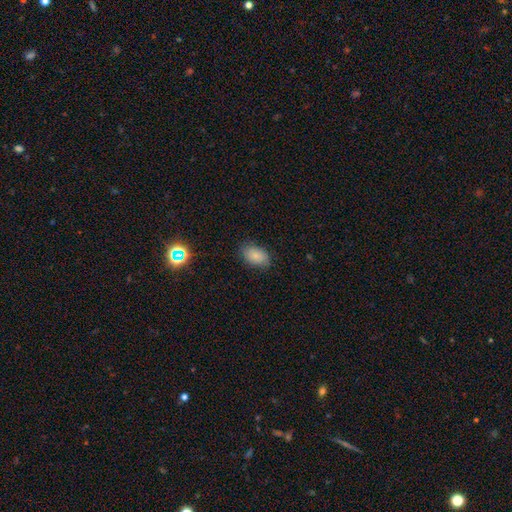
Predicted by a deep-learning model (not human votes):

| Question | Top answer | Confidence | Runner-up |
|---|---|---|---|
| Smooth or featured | smooth | 82% | star or artifact (9%) |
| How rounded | in between | 87% | round (11%) |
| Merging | none | 79% | minor disturbance (17%) |